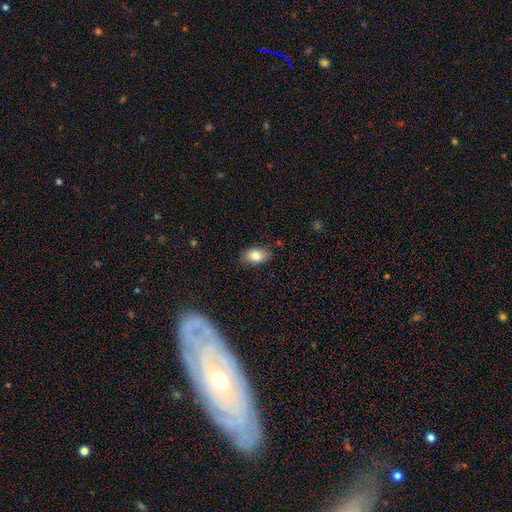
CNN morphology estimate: Smooth or featured? smooth (82%)
How rounded? in between (87%)
Merging? none (83%)